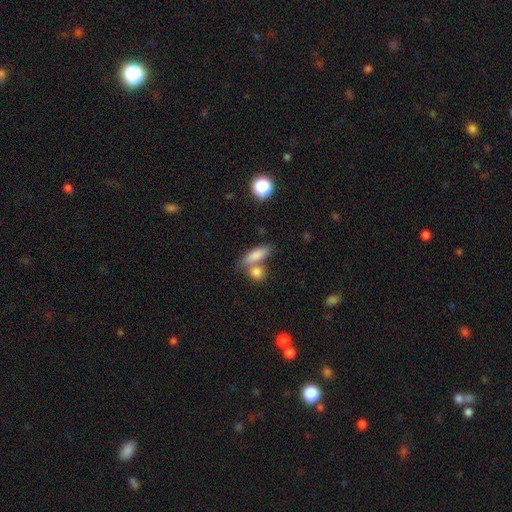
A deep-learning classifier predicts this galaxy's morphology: Smooth or featured: smooth — 81% (featured or disk — 11%)
How rounded: in between — 60% (cigar-shaped — 33%)
Merging: none — 50% (merger — 34%)